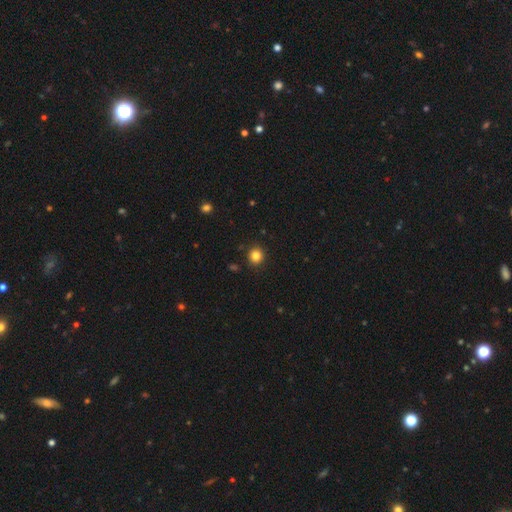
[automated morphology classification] Smooth or featured? smooth (84%)
How rounded? round (89%)
Merging? none (91%)